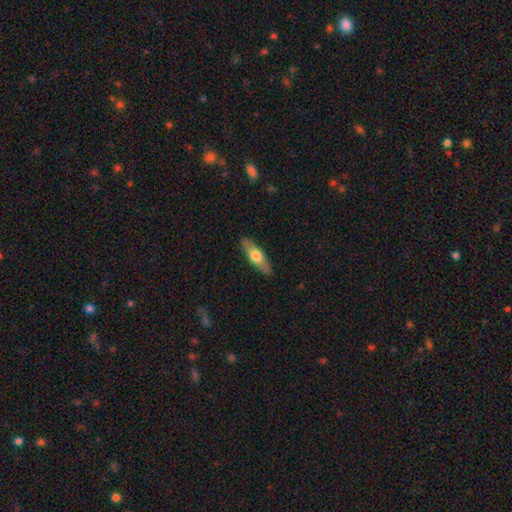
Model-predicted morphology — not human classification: Smooth or featured? smooth (52%)
How rounded? cigar-shaped (53%)
Merging? none (88%)